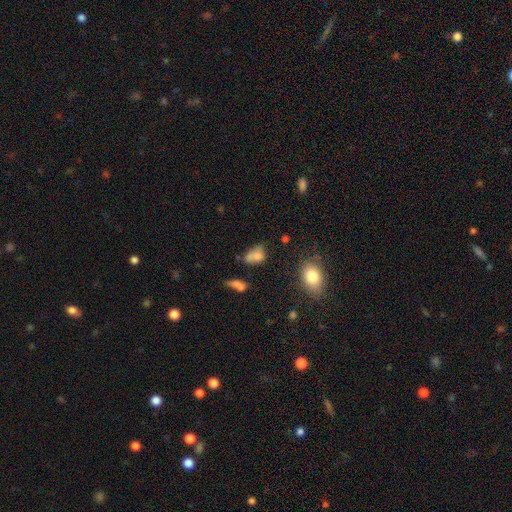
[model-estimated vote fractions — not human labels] Smooth or featured? Predicted: smooth (p=0.72). How rounded? Predicted: in between (p=0.75). Merging? Predicted: none (p=0.35).